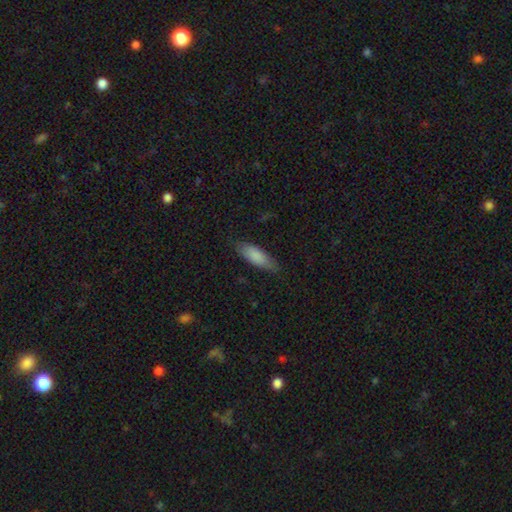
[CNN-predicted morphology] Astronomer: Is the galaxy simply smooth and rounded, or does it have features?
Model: smooth — 83%.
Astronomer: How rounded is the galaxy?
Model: in between — 61% (runner-up: cigar-shaped, 37%).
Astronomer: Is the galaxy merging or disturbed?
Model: none — 78%.